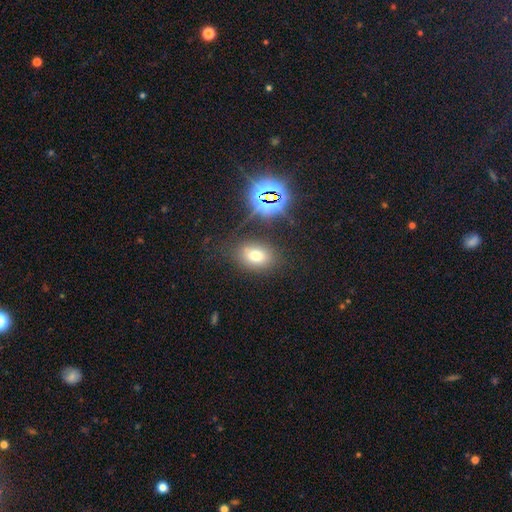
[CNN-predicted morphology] type=smooth (67%); roundness=in between (72%); merging=none (78%).